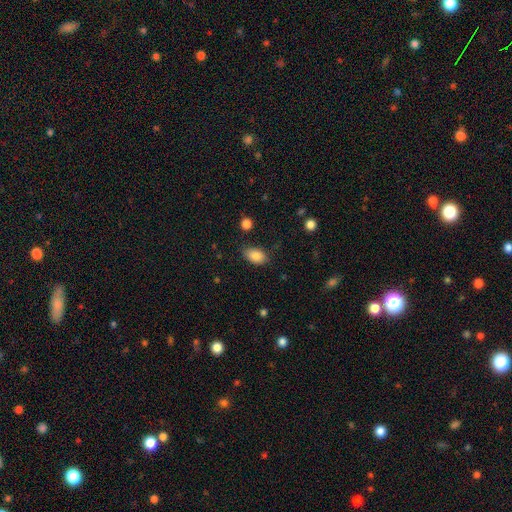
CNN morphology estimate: This is clearly a smooth galaxy (85%). How rounded: clearly in between (89%). Merging: likely none (77%).